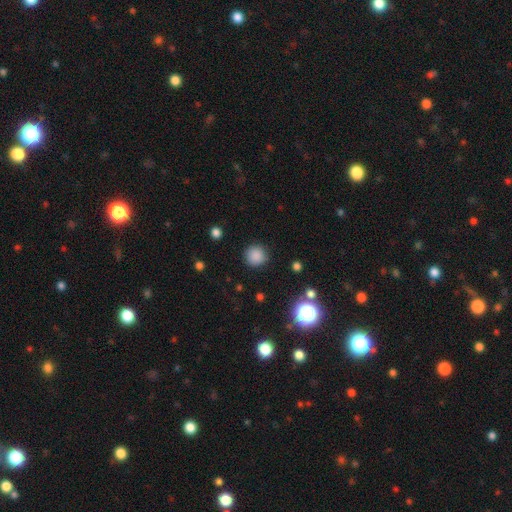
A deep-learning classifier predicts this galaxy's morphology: Smooth or featured: smooth — 84% (star or artifact — 12%)
How rounded: round — 94% (in between — 5%)
Merging: none — 89% (minor disturbance — 7%)